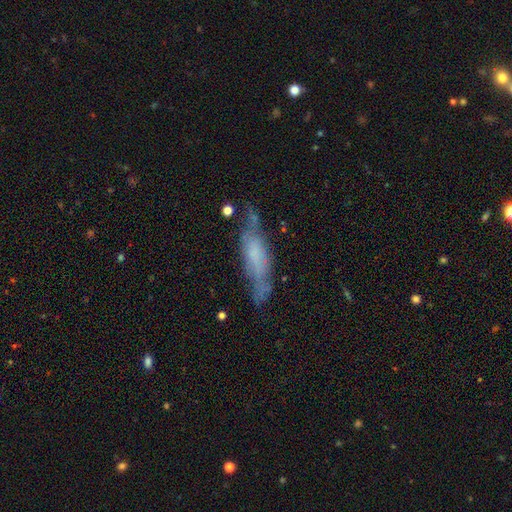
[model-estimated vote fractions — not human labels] featured or disk 50%, smooth 41%, star or artifact 9%. Down the decision tree: merging — none (51%).